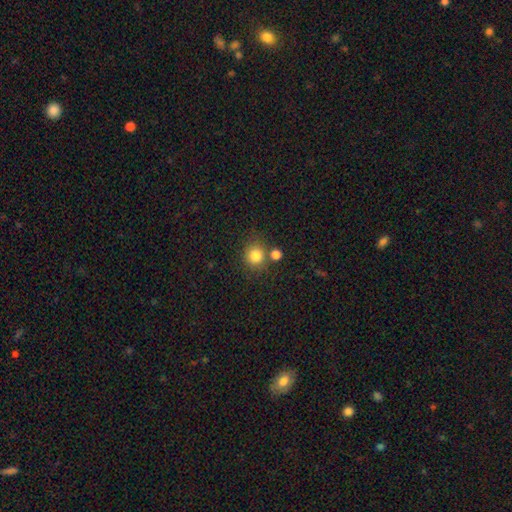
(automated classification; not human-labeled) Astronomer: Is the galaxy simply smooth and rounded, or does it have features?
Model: smooth — 82%.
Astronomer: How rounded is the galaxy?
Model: round — 88%.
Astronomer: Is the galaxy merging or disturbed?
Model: none — 73%.